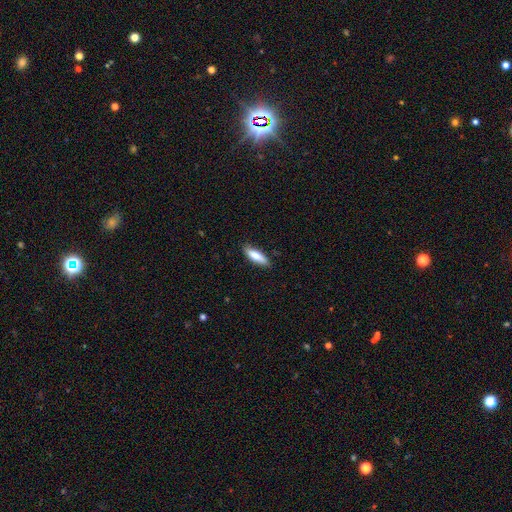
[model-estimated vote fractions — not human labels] Smooth or featured: smooth — 76% (featured or disk — 18%)
How rounded: cigar-shaped — 56% (in between — 42%)
Merging: none — 85% (minor disturbance — 12%)